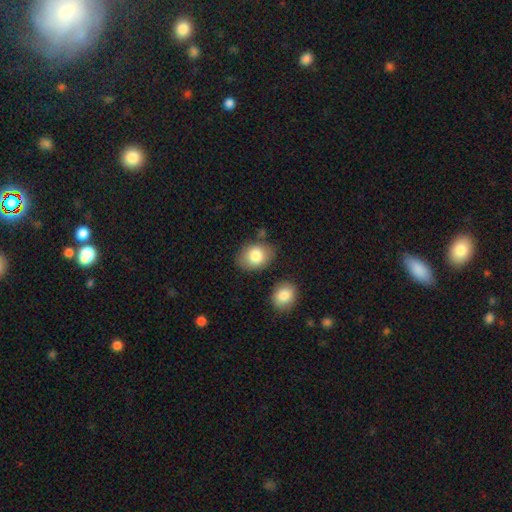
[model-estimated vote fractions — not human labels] Morphology: type=smooth (83%); roundness=in between (66%); merging=none (75%).